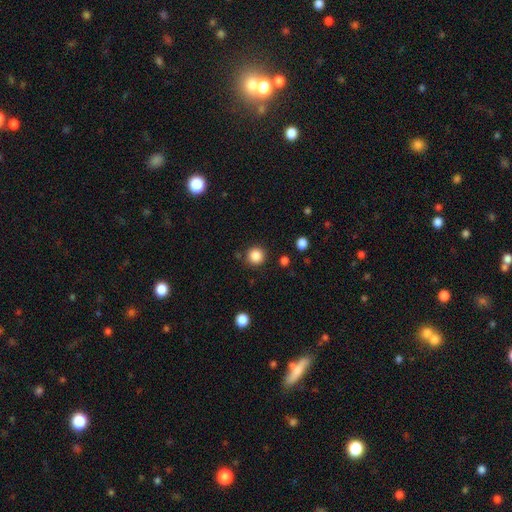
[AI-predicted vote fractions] Smooth or featured?
  - smooth: 86% *
  - star or artifact: 11%
  - featured or disk: 3%
How rounded?
  - round: 95% *
  - in between: 4%
  - cigar-shaped: 1%
Merging?
  - none: 87% *
  - minor disturbance: 8%
  - major disturbance: 3%
  - merger: 2%